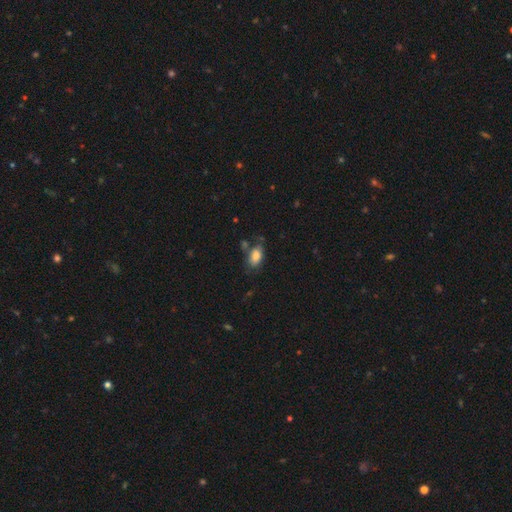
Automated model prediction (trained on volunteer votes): smooth-or-featured: smooth: 82% | featured or disk: 10% | star or artifact: 8%
  how-rounded: in between: 91% | round: 6% | cigar-shaped: 3%
  merging: none: 58% | minor disturbance: 23% | merger: 11% | major disturbance: 9%